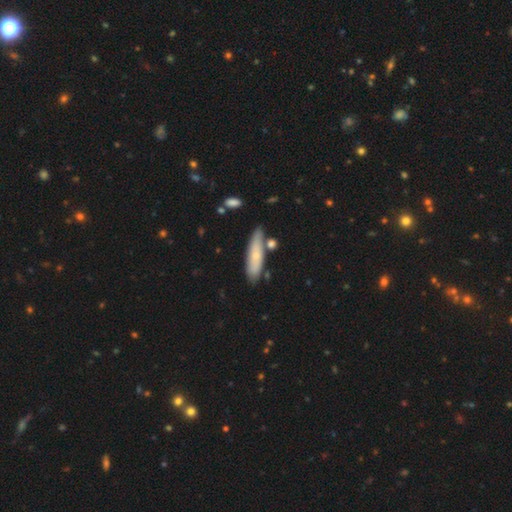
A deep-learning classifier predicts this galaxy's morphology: type=smooth (67%); roundness=cigar-shaped (69%); merging=none (72%).